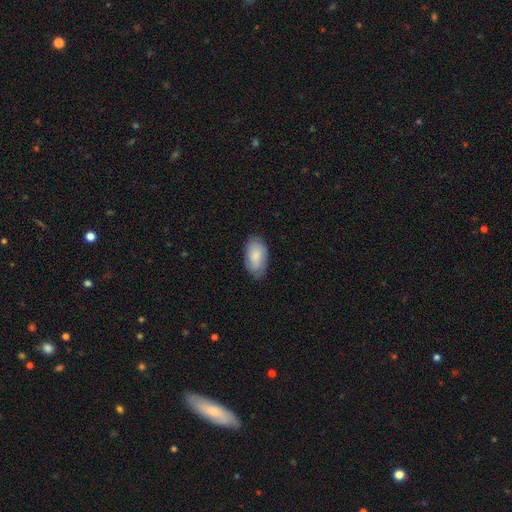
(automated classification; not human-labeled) Smooth or featured? smooth (80%)
How rounded? in between (95%)
Merging? none (79%)